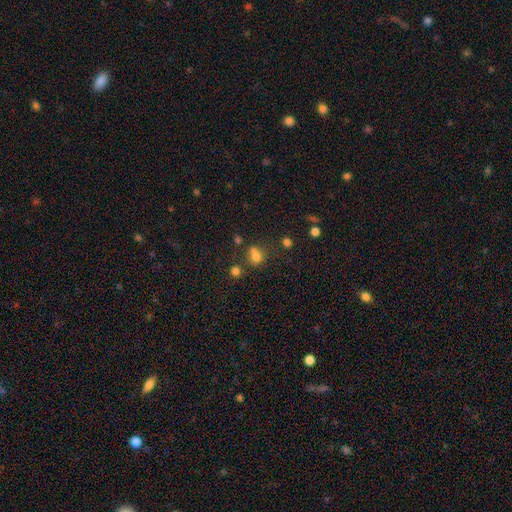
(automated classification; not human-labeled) This appears to be a smooth galaxy with no disk features (70%) that is round (73%). Merging: none (48%).